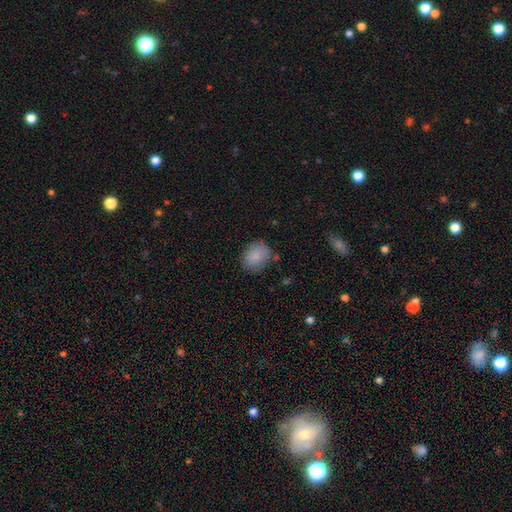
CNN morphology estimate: Smooth or featured? smooth (87%)
How rounded? round (51%)
Merging? none (74%)